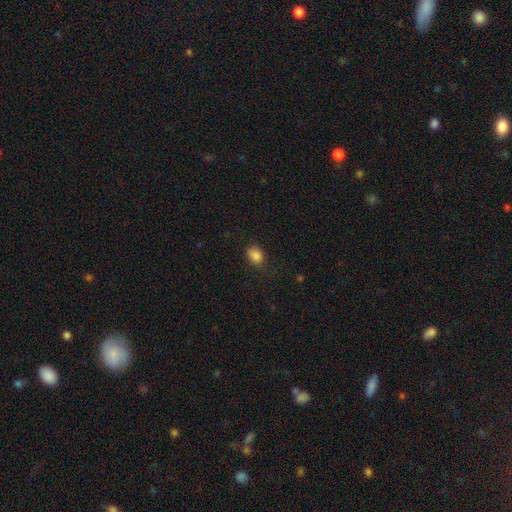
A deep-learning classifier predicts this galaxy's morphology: A smooth galaxy with no disk features (85%) that is in between round and cigar-shaped (70%). Merging: none (76%).